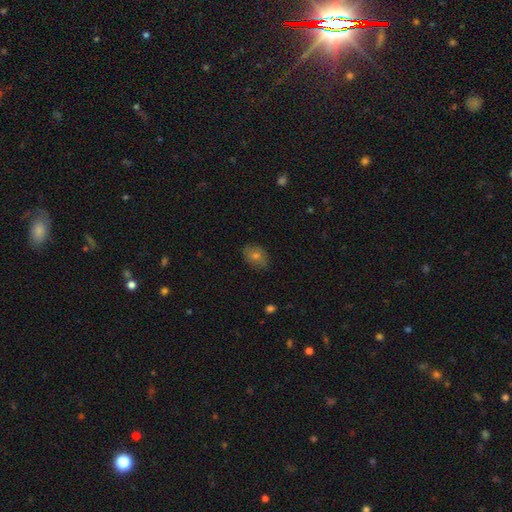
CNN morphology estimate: Smooth or featured? smooth (61%)
How rounded? in between (65%)
Merging? none (80%)